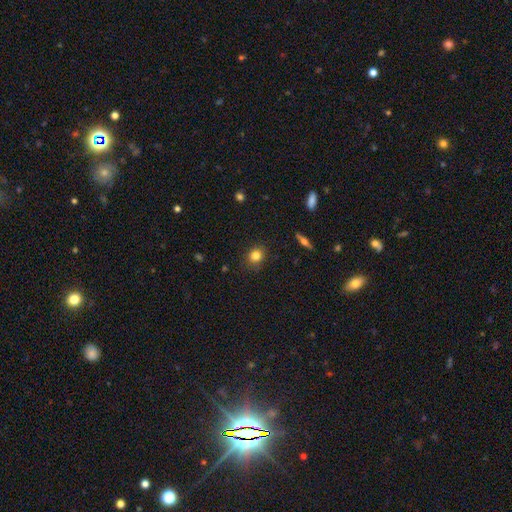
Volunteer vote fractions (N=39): This appears to be a smooth galaxy with no disk features (87%) that is round (85%). Merging: none (97%).